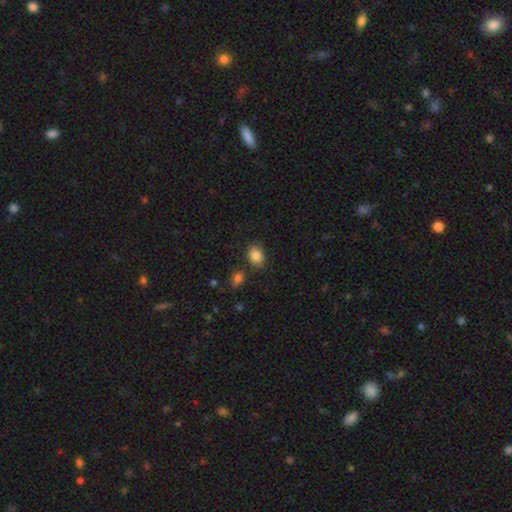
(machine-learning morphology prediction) The model was most divided on "how rounded": in between: 69%, round: 30%, cigar-shaped: 1%. More confident: smooth or featured — smooth (86%); merging — none (81%).